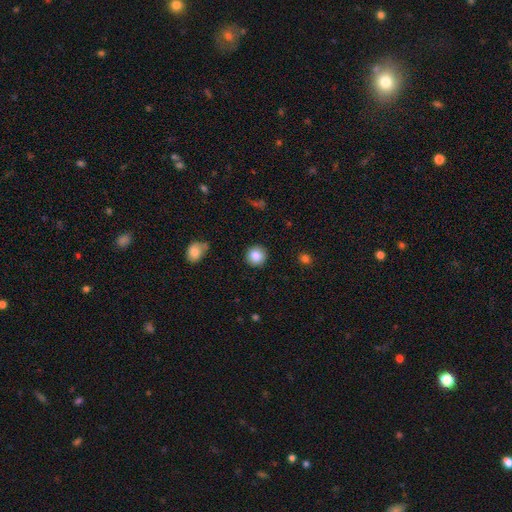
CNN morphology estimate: Smooth or featured? Predicted: smooth (p=0.87). How rounded? Predicted: round (p=0.93). Merging? Predicted: none (p=0.90).